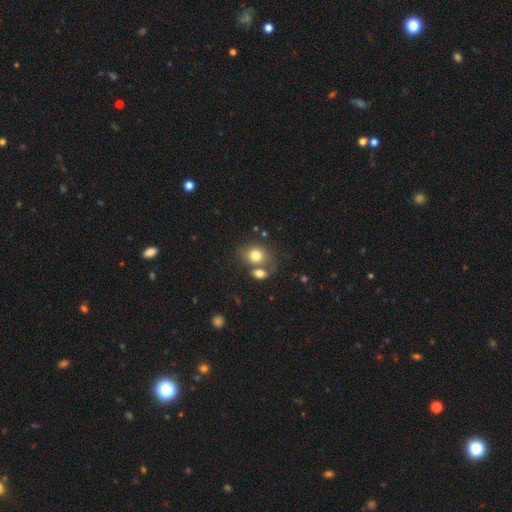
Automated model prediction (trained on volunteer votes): Smooth or featured?
  - smooth: 78% *
  - featured or disk: 12%
  - star or artifact: 10%
How rounded?
  - in between: 51% *
  - round: 48%
  - cigar-shaped: 1%
Merging?
  - none: 48% *
  - merger: 34%
  - minor disturbance: 13%
  - major disturbance: 5%